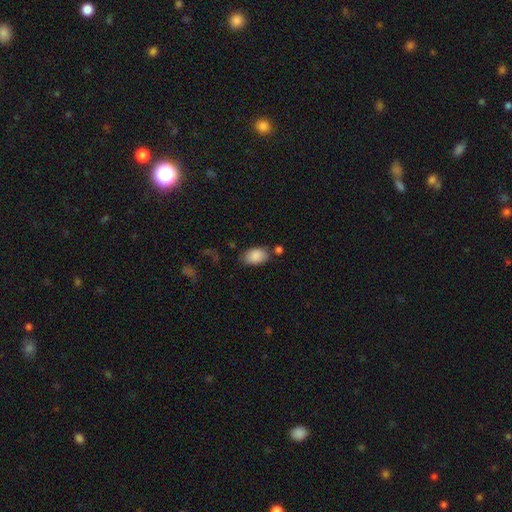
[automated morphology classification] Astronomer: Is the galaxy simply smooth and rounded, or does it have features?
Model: smooth — 88%.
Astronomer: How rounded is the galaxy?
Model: in between — 91%.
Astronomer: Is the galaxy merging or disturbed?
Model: none — 69%.